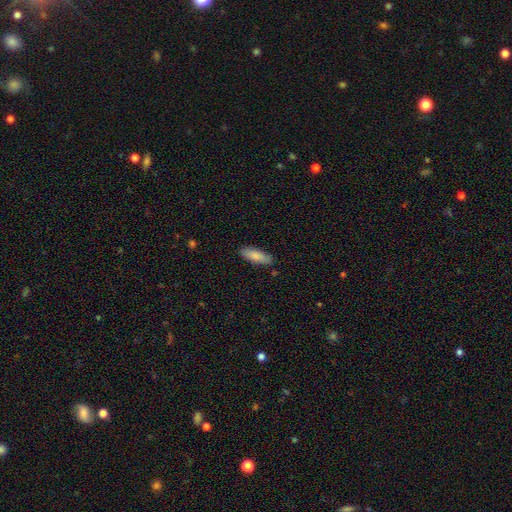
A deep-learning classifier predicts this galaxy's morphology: Smooth or featured: smooth — 84% (featured or disk — 11%)
How rounded: in between — 52% (cigar-shaped — 46%)
Merging: none — 86% (minor disturbance — 10%)